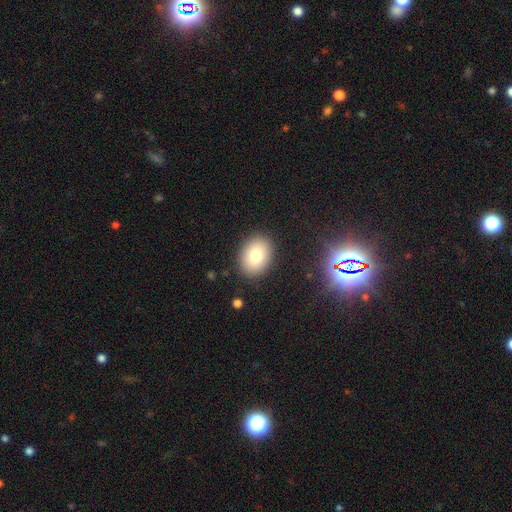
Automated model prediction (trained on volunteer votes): Smooth or featured?
  - smooth: 79% *
  - featured or disk: 11%
  - star or artifact: 9%
How rounded?
  - in between: 63% *
  - round: 36%
  - cigar-shaped: 1%
Merging?
  - none: 88% *
  - minor disturbance: 8%
  - major disturbance: 2%
  - merger: 1%